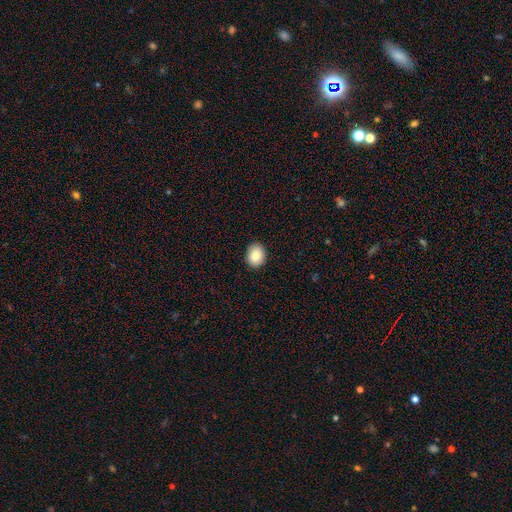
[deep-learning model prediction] The model was most divided on "how rounded": round: 54%, in between: 45%, cigar-shaped: 1%. More confident: merging — none (90%); smooth or featured — smooth (85%).